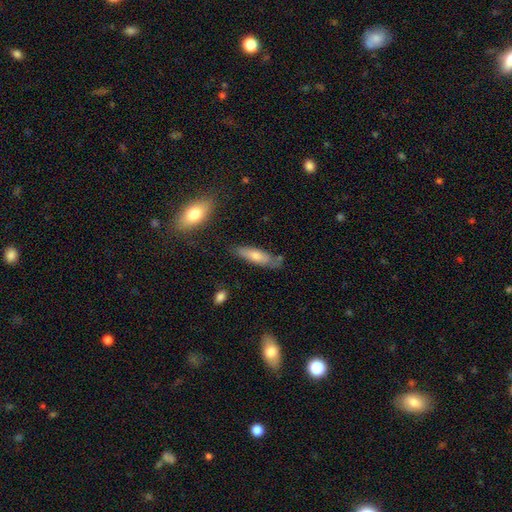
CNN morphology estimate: A smooth galaxy with no disk features (55%) that is cigar-shaped (63%). Merging: none (73%).